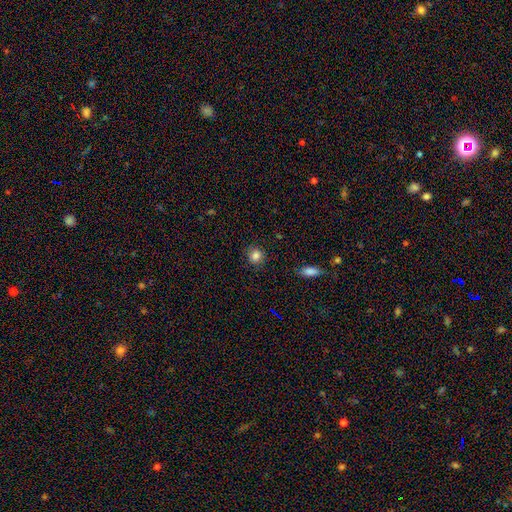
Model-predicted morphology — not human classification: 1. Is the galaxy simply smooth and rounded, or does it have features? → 84% smooth, 11% star or artifact, 6% featured or disk.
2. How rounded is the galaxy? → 86% round, 12% in between, 1% cigar-shaped.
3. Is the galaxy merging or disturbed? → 88% none, 9% minor disturbance, 2% major disturbance, 1% merger.